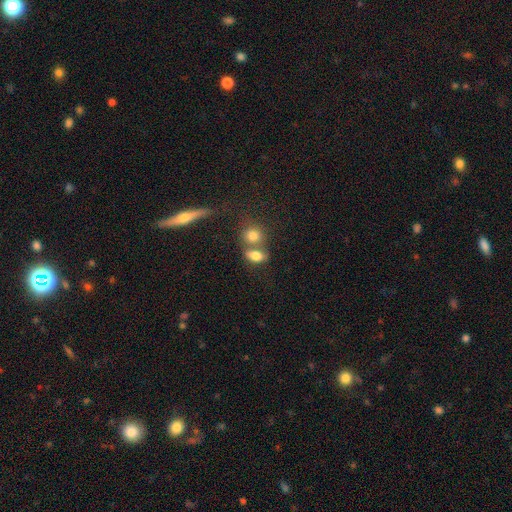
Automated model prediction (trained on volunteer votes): This appears to be a smooth galaxy with no disk features (78%) that is in between round and cigar-shaped (74%). Merging: merger (45%).